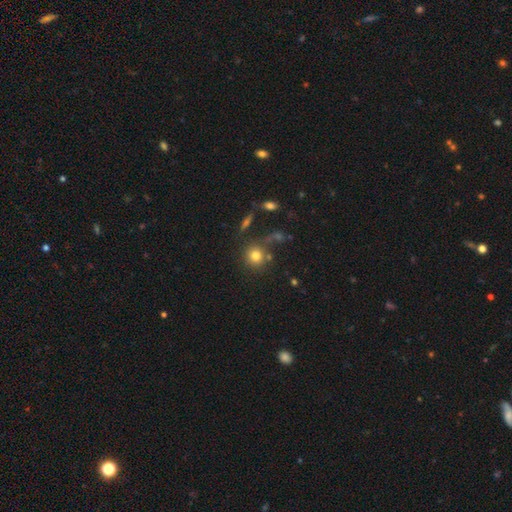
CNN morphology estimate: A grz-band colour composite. It shows a smooth galaxy with no disk features (77%) that is round (90%). Merging: none (71%).